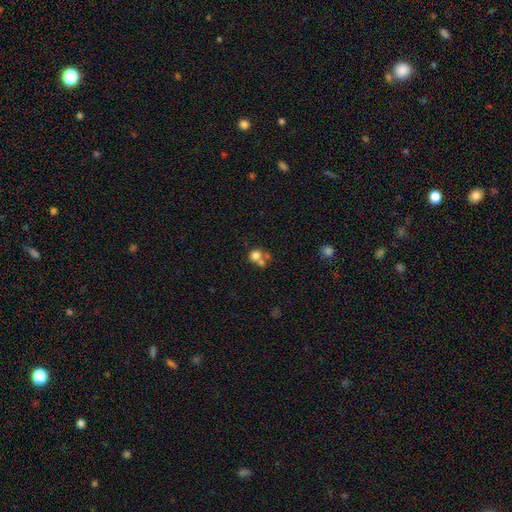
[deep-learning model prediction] Smooth or featured? Predicted: smooth (p=0.73). How rounded? Predicted: round (p=0.79). Merging? Predicted: merger (p=0.49).